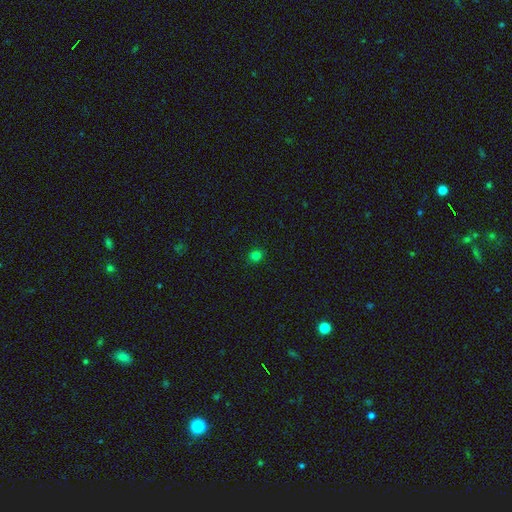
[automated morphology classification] This appears to be a smooth galaxy with no disk features (79%) that is round (78%). Merging: none (90%).